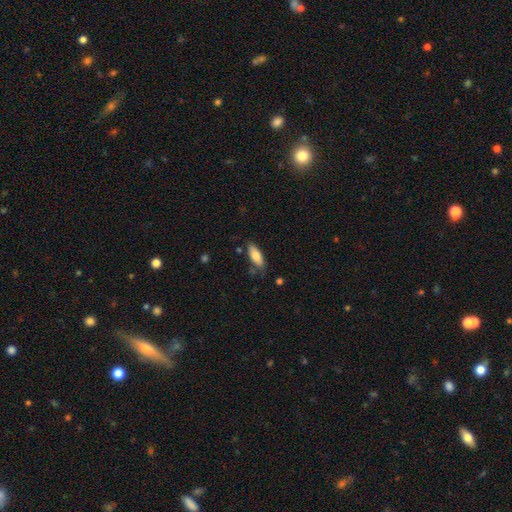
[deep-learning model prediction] A smooth galaxy with no disk features (78%) that is in between round and cigar-shaped (76%).

Vote fractions:
- Smooth or featured? smooth: 78% / featured or disk: 15% / star or artifact: 6%
- How rounded? in between: 76% / cigar-shaped: 22% / round: 2%
- Merging? none: 73% / minor disturbance: 19% / major disturbance: 4% / merger: 4%